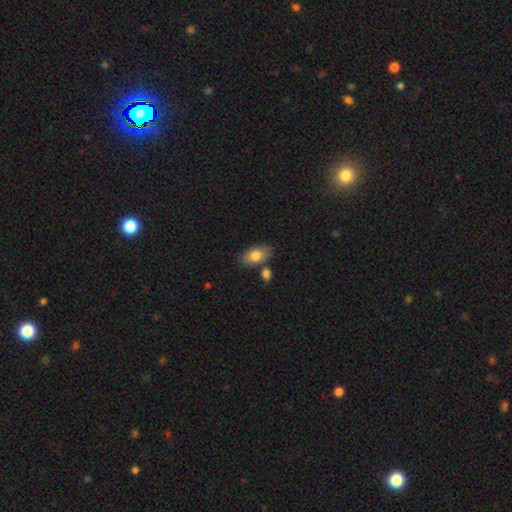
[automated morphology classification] Overall: smooth (80%). How rounded: in between (93%). Merging: none (74%).